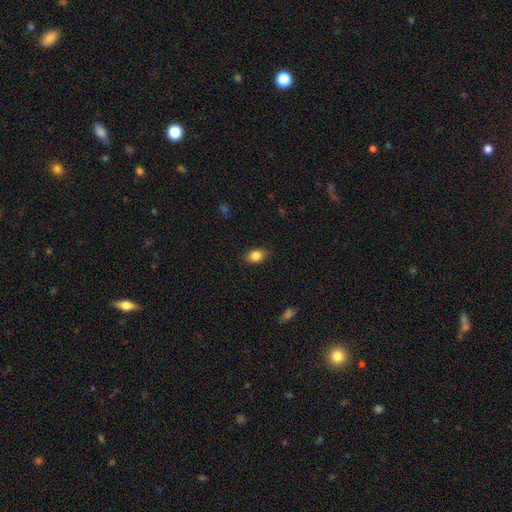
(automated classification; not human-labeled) Overall: smooth (85%). How rounded: in between (73%). Merging: none (85%).